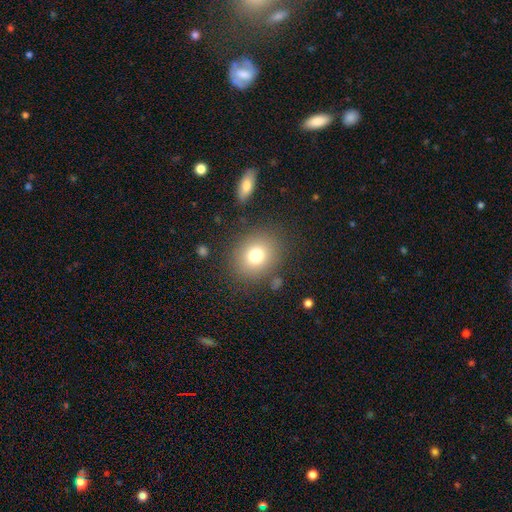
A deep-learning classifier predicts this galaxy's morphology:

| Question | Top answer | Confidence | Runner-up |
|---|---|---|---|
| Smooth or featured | smooth | 76% | star or artifact (13%) |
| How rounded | round | 68% | in between (31%) |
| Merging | none | 83% | minor disturbance (9%) |